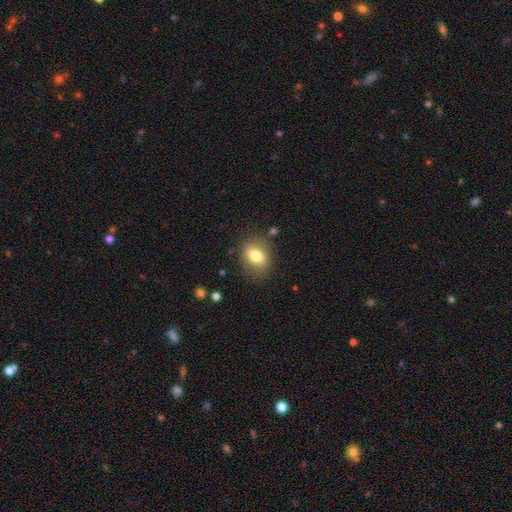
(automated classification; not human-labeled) Overall: smooth (74%). How rounded: in between (66%; round 33%). Merging: none (77%).